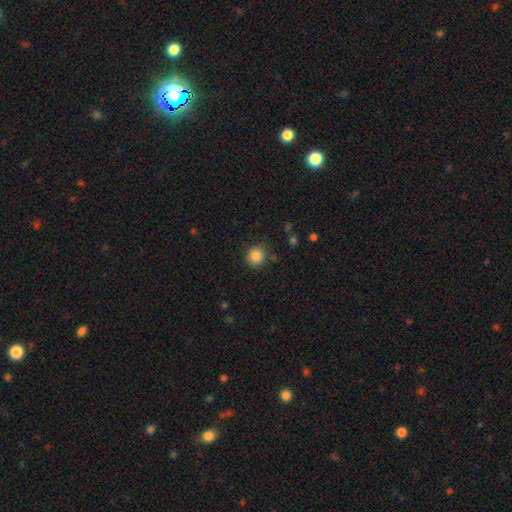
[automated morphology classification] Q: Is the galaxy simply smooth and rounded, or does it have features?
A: smooth — 85%.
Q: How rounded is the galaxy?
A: round — 84%.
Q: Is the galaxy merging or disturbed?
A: none — 82%.